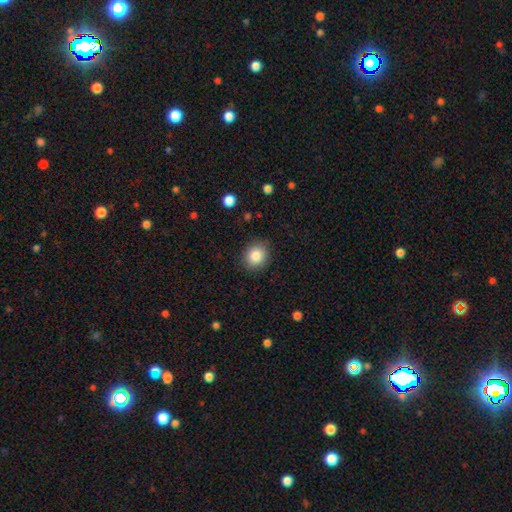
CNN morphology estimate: Smooth or featured?
  - smooth: 86% *
  - star or artifact: 9%
  - featured or disk: 5%
How rounded?
  - round: 77% *
  - in between: 23%
  - cigar-shaped: 1%
Merging?
  - none: 87% *
  - minor disturbance: 9%
  - major disturbance: 3%
  - merger: 1%